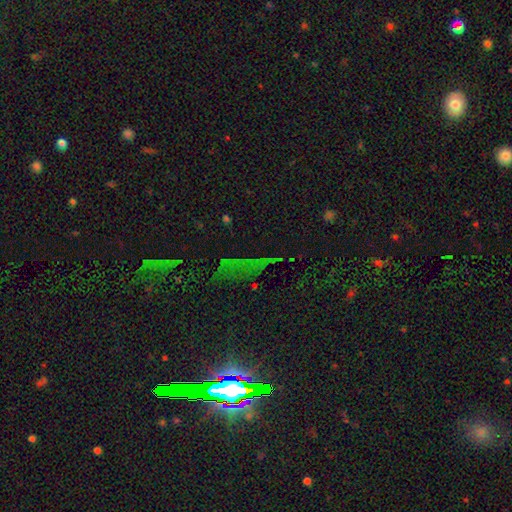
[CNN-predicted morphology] A star or artifact, not a galaxy (77%).

Vote fractions:
- Smooth or featured? star or artifact: 77% / smooth: 14% / featured or disk: 10%